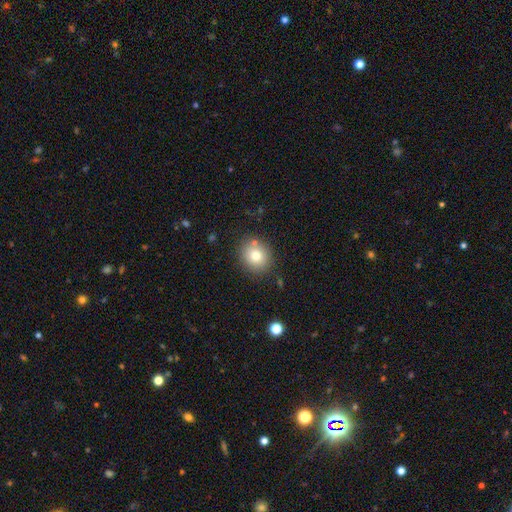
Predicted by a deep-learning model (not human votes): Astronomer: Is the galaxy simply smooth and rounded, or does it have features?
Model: smooth — 77%.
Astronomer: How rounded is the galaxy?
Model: round — 76%.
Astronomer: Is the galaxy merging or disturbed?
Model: none — 82%.